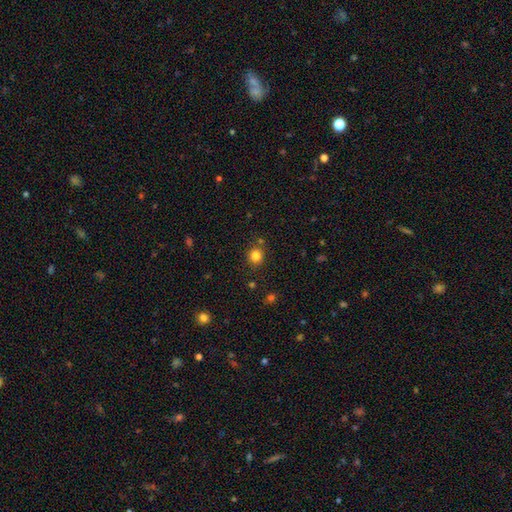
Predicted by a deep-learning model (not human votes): This appears to be a smooth galaxy with no disk features (82%) that is round (88%). Merging: none (83%).